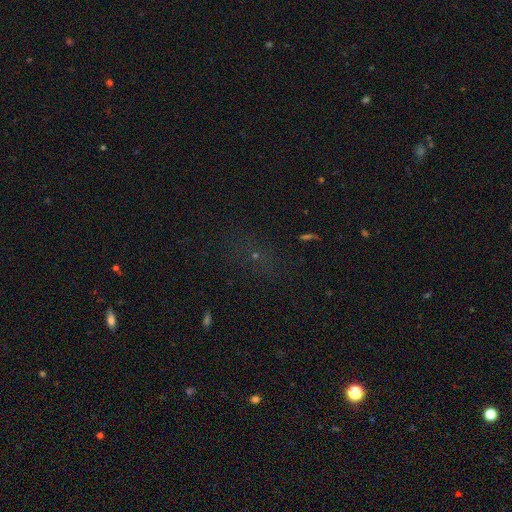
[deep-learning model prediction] A star or artifact, not a galaxy (53%).

Vote fractions:
- Smooth or featured? star or artifact: 53% / smooth: 34% / featured or disk: 12%